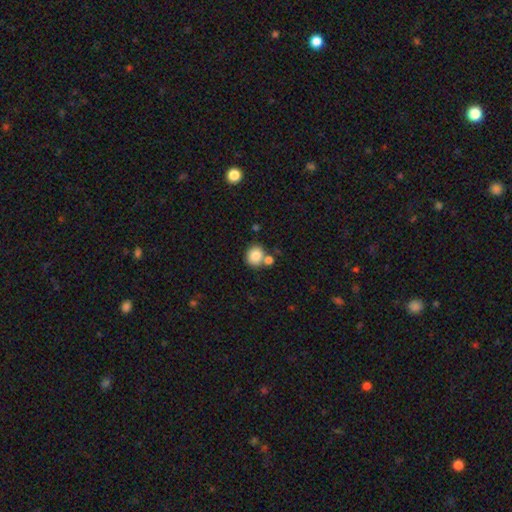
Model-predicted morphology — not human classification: smooth 84%, star or artifact 9%, featured or disk 7%. Down the decision tree: how rounded — round (77%); merging — none (60%).